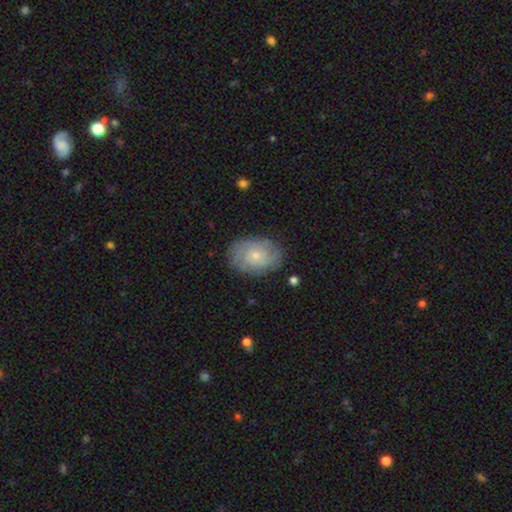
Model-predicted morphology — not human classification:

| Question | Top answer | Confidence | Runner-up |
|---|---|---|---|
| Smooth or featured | featured or disk | 48% | smooth (45%) |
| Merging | none | 78% | minor disturbance (16%) |